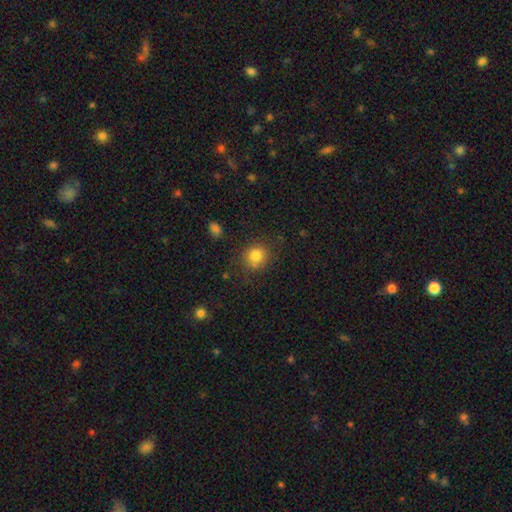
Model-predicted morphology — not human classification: Smooth or featured? smooth (82%)
How rounded? round (81%)
Merging? none (78%)